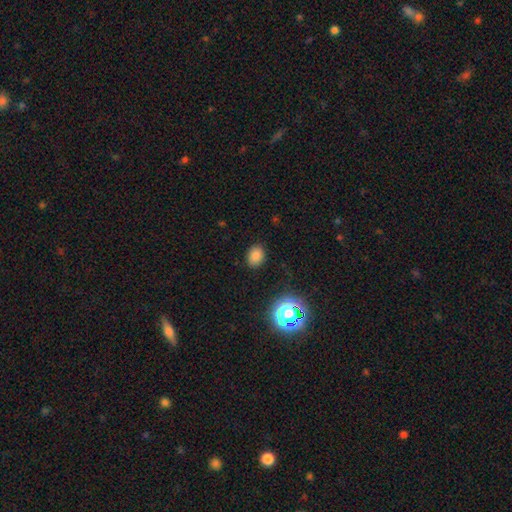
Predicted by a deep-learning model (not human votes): The model was most divided on "how rounded": in between: 60%, round: 39%, cigar-shaped: 1%. More confident: merging — none (86%); smooth or featured — smooth (80%).